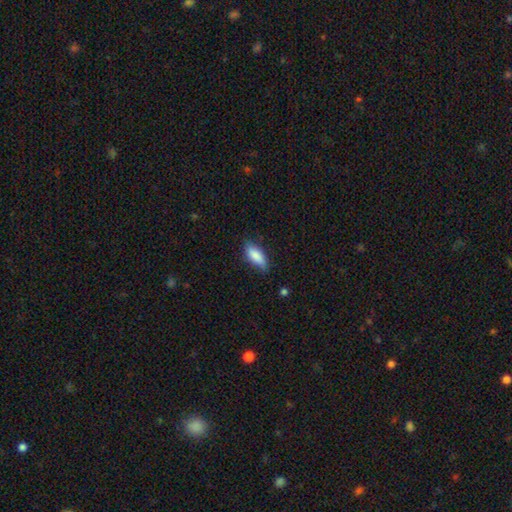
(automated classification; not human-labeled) smooth_or_featured: smooth (p=0.85) [alt: featured or disk p=0.09]
how_rounded: in between (p=0.77) [alt: cigar-shaped p=0.21]
merging: none (p=0.74) [alt: minor disturbance p=0.21]